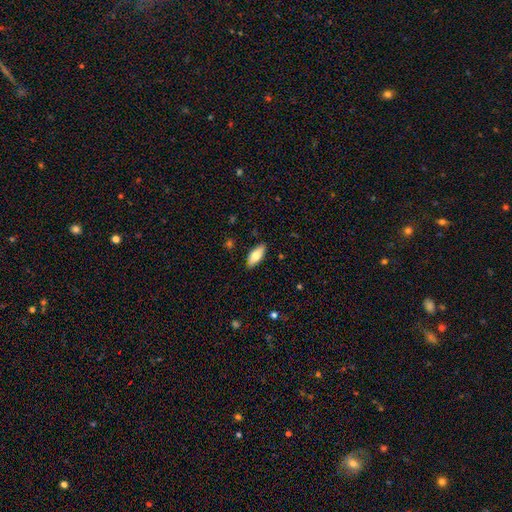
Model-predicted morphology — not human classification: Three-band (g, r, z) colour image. It shows a smooth galaxy with no disk features (73%) that is in between round and cigar-shaped (80%). Merging: none (87%).